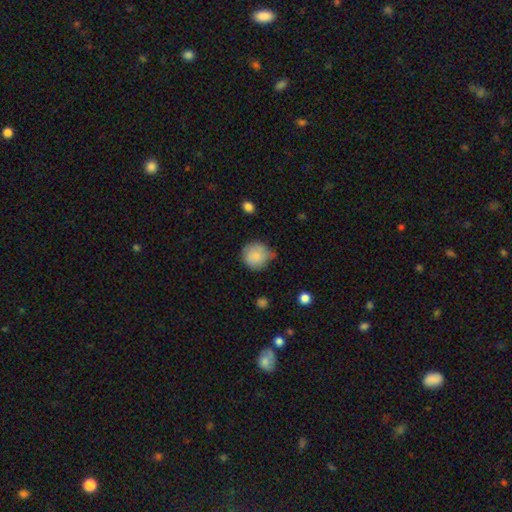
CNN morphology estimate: A smooth galaxy with no disk features (83%) that is round (88%).

Vote fractions:
- Smooth or featured? smooth: 83% / featured or disk: 9% / star or artifact: 8%
- How rounded? round: 88% / in between: 11% / cigar-shaped: 1%
- Merging? none: 52% / minor disturbance: 36% / major disturbance: 8% / merger: 4%